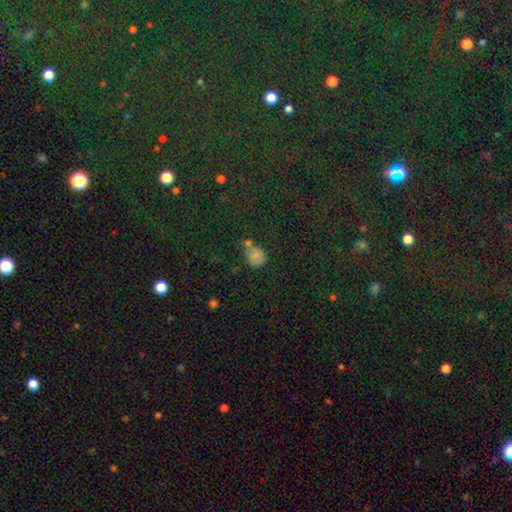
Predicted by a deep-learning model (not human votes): smooth_or_featured: smooth (p=0.71) [alt: star or artifact p=0.18]
how_rounded: round (p=0.66) [alt: in between p=0.33]
merging: none (p=0.39) [alt: merger p=0.32]